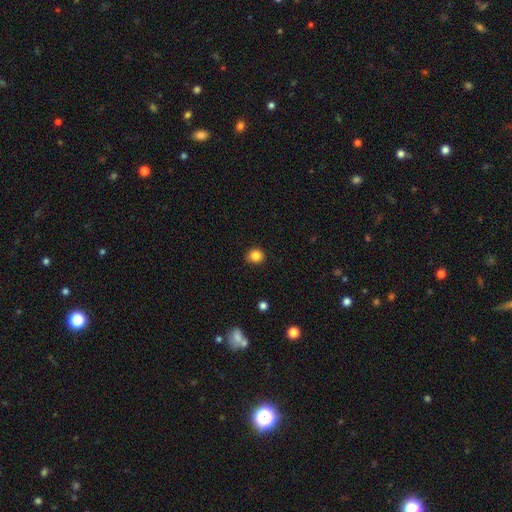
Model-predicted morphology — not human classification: This appears to be a smooth galaxy with no disk features (85%) that is round (77%). Merging: none (88%).